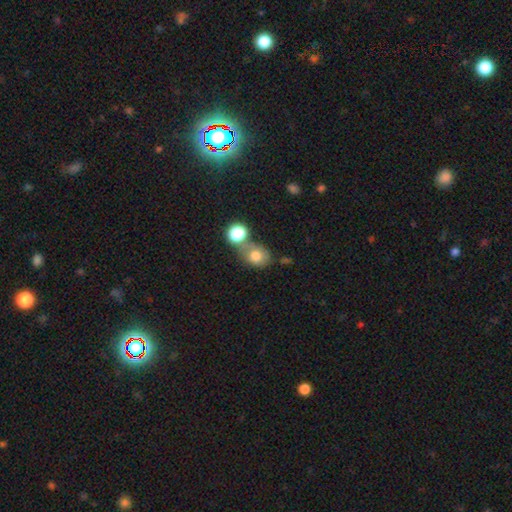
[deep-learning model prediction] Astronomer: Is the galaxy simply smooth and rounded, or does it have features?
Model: smooth — 75%.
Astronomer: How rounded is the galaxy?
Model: round — 52% (runner-up: in between, 47%).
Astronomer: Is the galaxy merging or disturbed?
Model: merger — 43% (runner-up: none, 37%).